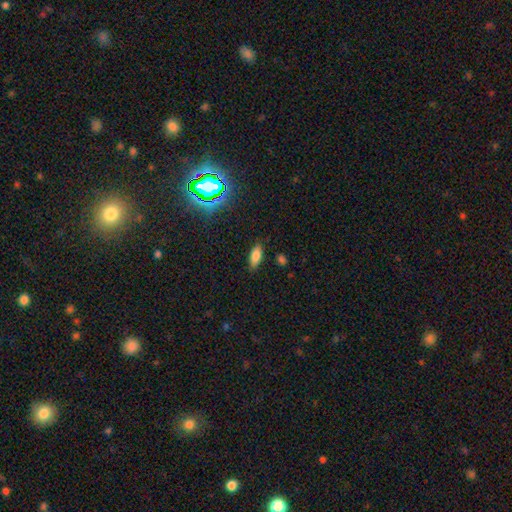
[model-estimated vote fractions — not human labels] A smooth galaxy with no disk features (80%) that is in between round and cigar-shaped (78%).

Vote fractions:
- Smooth or featured? smooth: 80% / star or artifact: 11% / featured or disk: 9%
- How rounded? in between: 78% / cigar-shaped: 19% / round: 3%
- Merging? none: 84% / minor disturbance: 11% / major disturbance: 3% / merger: 2%